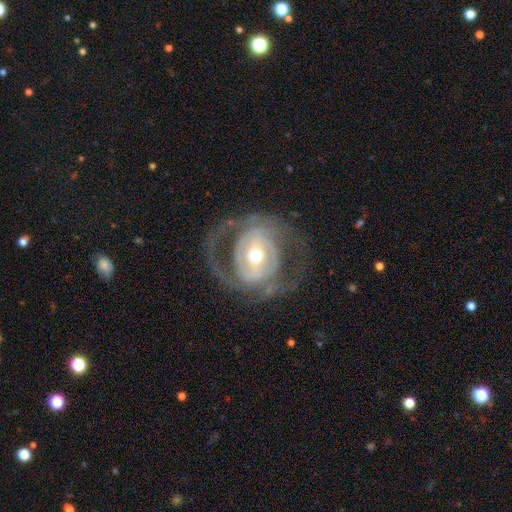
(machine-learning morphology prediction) Q: Smooth or featured?
A: featured or disk (81%); runner-up: smooth (13%)
Q: Edge-on disk?
A: no (96%); runner-up: yes (4%)
Q: Bar?
A: no (51%); runner-up: weak (30%)
Q: Spiral arms?
A: yes (80%); runner-up: no (20%)
Q: Spiral winding?
A: medium (40%); runner-up: tight (37%)
Q: Spiral arm count?
A: 2 (62%); runner-up: can't tell (16%)
Q: Bulge size?
A: moderate (70%); runner-up: small (18%)
Q: Merging?
A: none (59%); runner-up: major disturbance (24%)